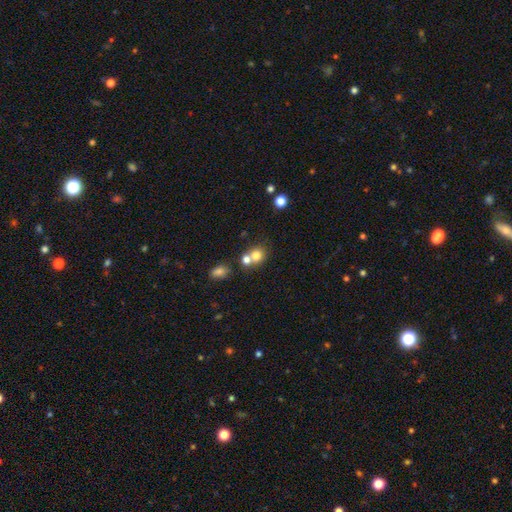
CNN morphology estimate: Smooth or featured?
  - smooth: 77% *
  - star or artifact: 13%
  - featured or disk: 11%
How rounded?
  - round: 75% *
  - in between: 24%
  - cigar-shaped: 1%
Merging?
  - merger: 46% *
  - none: 42%
  - minor disturbance: 8%
  - major disturbance: 4%